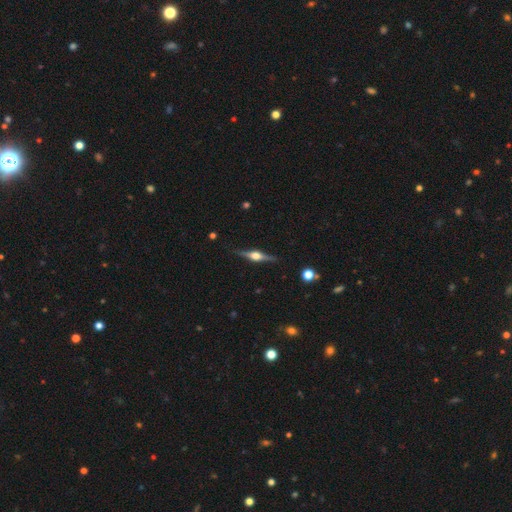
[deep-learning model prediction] A featured or disk galaxy (82%) viewed edge-on (98%) with a rounded central bulge (93%).

Vote fractions:
- Smooth or featured? featured or disk: 82% / smooth: 12% / star or artifact: 6%
- Edge-on disk? yes: 98% / no: 2%
- Edge-on bulge? rounded: 93% / boxy: 6% / none: 1%
- Merging? none: 89% / minor disturbance: 8% / major disturbance: 2% / merger: 1%